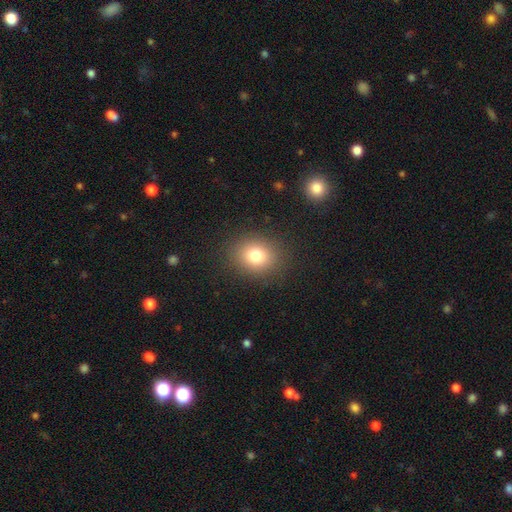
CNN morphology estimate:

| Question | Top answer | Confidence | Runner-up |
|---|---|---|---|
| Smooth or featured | smooth | 78% | star or artifact (13%) |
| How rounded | round | 65% | in between (34%) |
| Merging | none | 88% | minor disturbance (7%) |